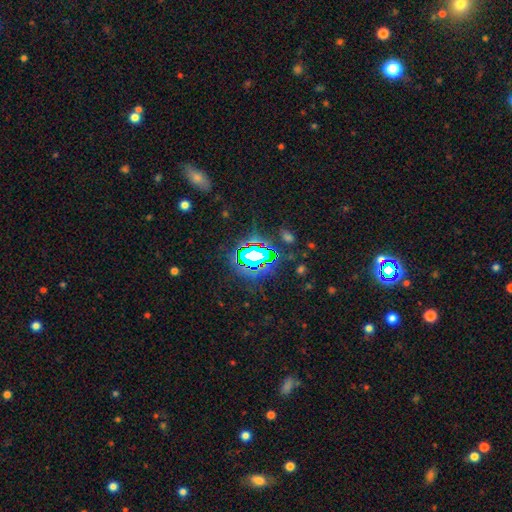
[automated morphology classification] Overall: star or artifact (72%).